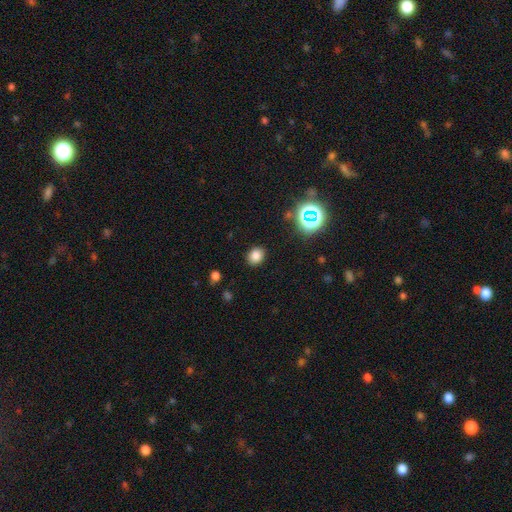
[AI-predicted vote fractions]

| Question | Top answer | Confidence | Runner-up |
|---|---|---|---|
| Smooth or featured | smooth | 79% | star or artifact (15%) |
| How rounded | round | 53% | in between (46%) |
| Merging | none | 89% | minor disturbance (8%) |